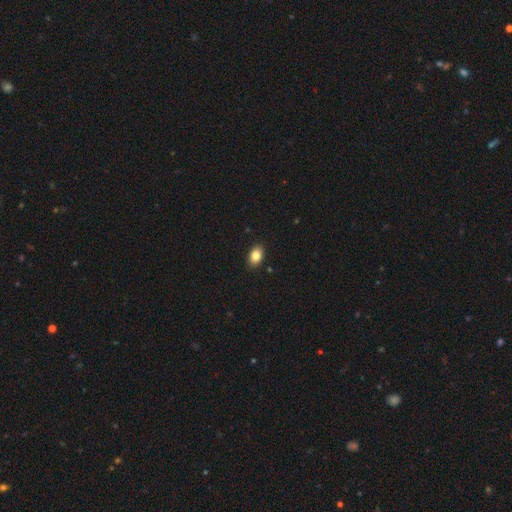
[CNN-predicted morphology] Smooth or featured?
  - smooth: 84% *
  - star or artifact: 8%
  - featured or disk: 8%
How rounded?
  - in between: 86% *
  - round: 12%
  - cigar-shaped: 1%
Merging?
  - none: 89% *
  - minor disturbance: 8%
  - major disturbance: 2%
  - merger: 1%